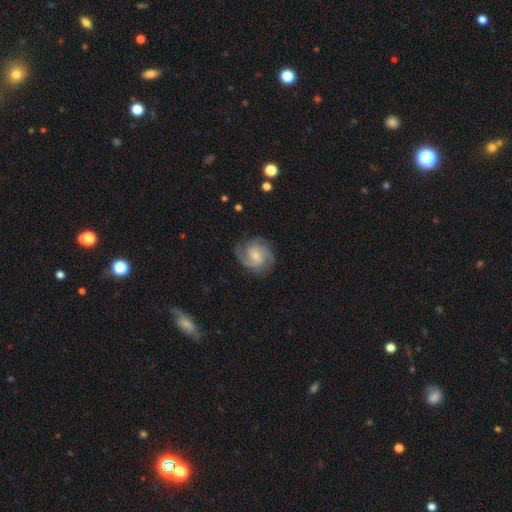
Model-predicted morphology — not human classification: featured or disk 84%, smooth 11%, star or artifact 5%. Down the decision tree: edge-on disk — no (98%); bar — no (49%); spiral arms — yes (97%); spiral arm count — 2 (43%); spiral winding — medium (47%); bulge size — small (55%); merging — none (79%).